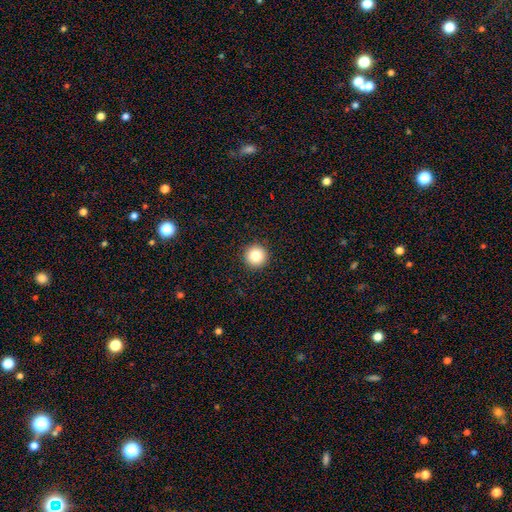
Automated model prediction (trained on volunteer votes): A smooth galaxy with no disk features (83%) that is round (97%). Merging: none (93%).